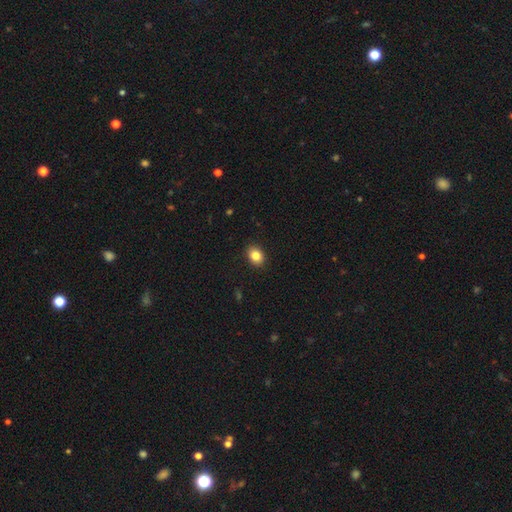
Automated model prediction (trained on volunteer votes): smooth-or-featured: smooth: 84% | star or artifact: 10% | featured or disk: 7%
  how-rounded: in between: 60% | round: 39% | cigar-shaped: 1%
  merging: none: 90% | minor disturbance: 7% | major disturbance: 2% | merger: 1%